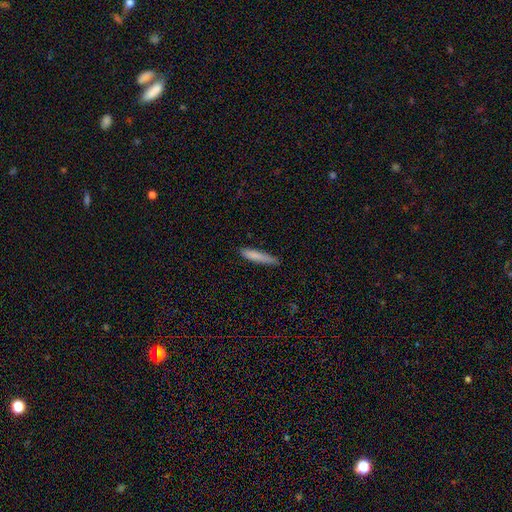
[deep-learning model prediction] A smooth galaxy with no disk features (82%) that is cigar-shaped (89%).

Vote fractions:
- Smooth or featured? smooth: 82% / featured or disk: 12% / star or artifact: 7%
- How rounded? cigar-shaped: 89% / in between: 10% / round: 1%
- Merging? none: 76% / minor disturbance: 19% / major disturbance: 3% / merger: 2%